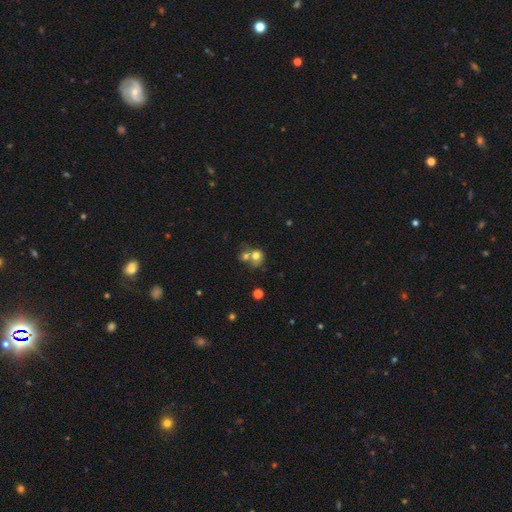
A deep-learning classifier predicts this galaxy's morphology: Smooth or featured?
  - smooth: 70% *
  - featured or disk: 17%
  - star or artifact: 12%
How rounded?
  - round: 76% *
  - in between: 23%
  - cigar-shaped: 1%
Merging?
  - merger: 56% *
  - none: 31%
  - minor disturbance: 8%
  - major disturbance: 5%